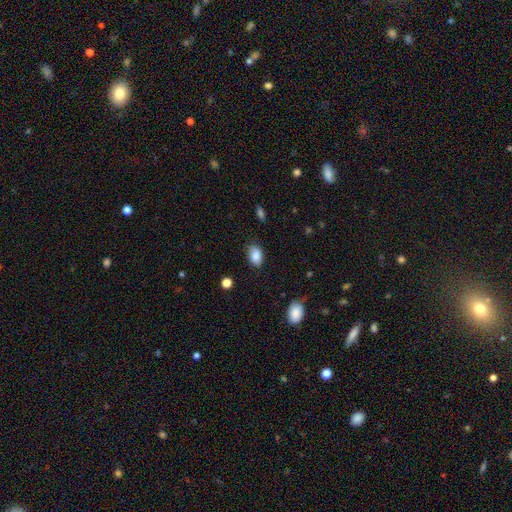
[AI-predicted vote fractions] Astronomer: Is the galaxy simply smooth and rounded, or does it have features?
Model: smooth — 85%.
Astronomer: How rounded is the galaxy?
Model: in between — 87%.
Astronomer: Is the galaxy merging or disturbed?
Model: none — 73%.